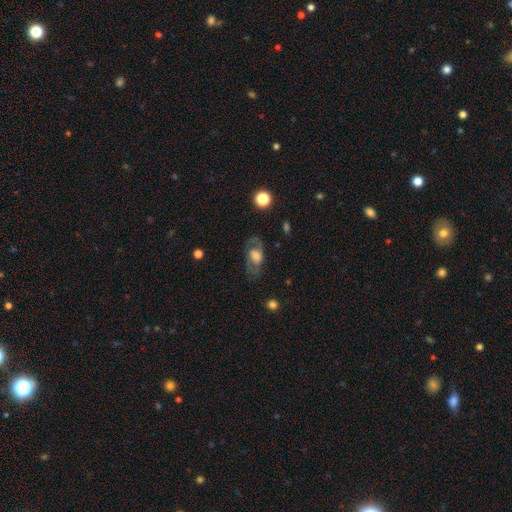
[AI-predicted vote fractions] The model was most divided on "bulge size": large: 45%, moderate: 32%, small: 11%, none: 7%, dominant: 5%. More confident: edge-on disk — no (91%); merging — none (69%); spiral arms — yes (64%); bar — no (58%); smooth or featured — featured or disk (58%).